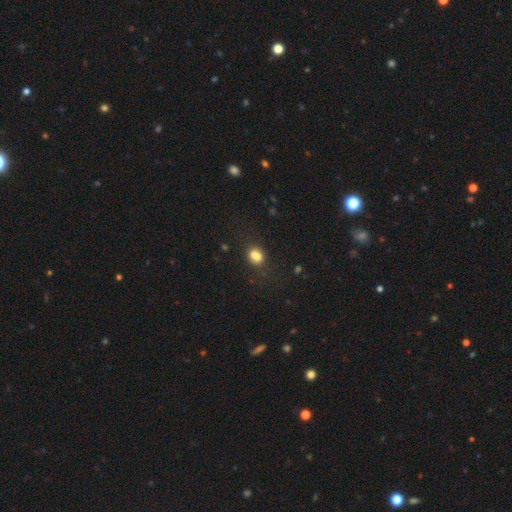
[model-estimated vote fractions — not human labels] smooth_or_featured: smooth (p=0.76) [alt: star or artifact p=0.13]
how_rounded: in between (p=0.58) [alt: round p=0.41]
merging: none (p=0.50) [alt: merger p=0.30]